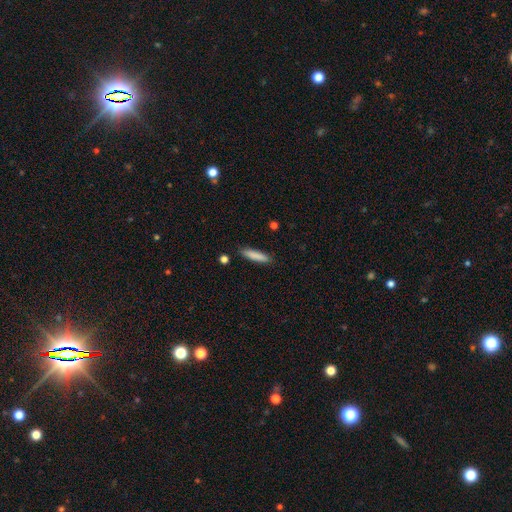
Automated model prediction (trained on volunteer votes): Smooth or featured? Predicted: smooth (p=0.85). How rounded? Predicted: cigar-shaped (p=0.82). Merging? Predicted: none (p=0.87).